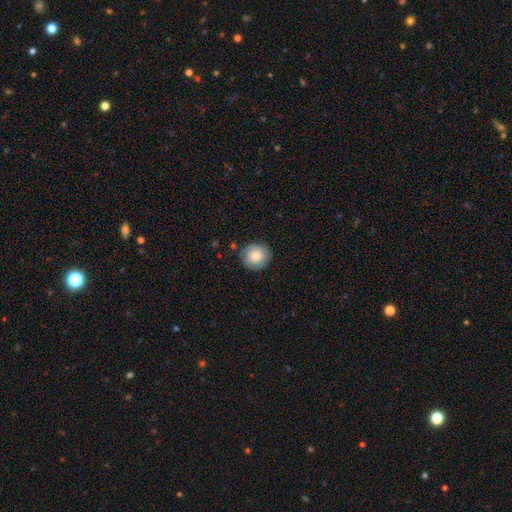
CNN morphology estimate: Smooth or featured? smooth (80%)
How rounded? round (90%)
Merging? none (85%)